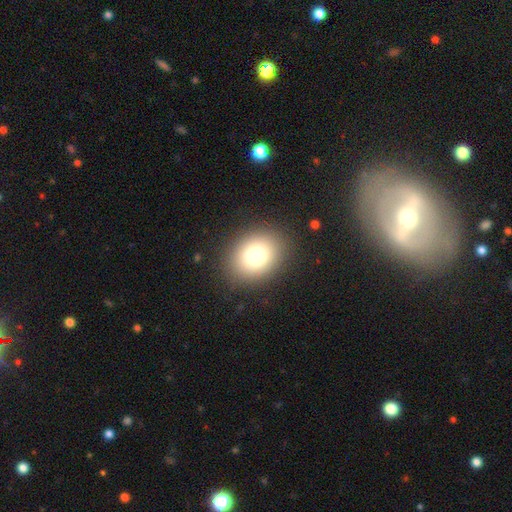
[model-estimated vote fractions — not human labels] The model was most divided on "how rounded": in between: 51%, round: 48%, cigar-shaped: 1%. More confident: merging — none (88%); smooth or featured — smooth (78%).